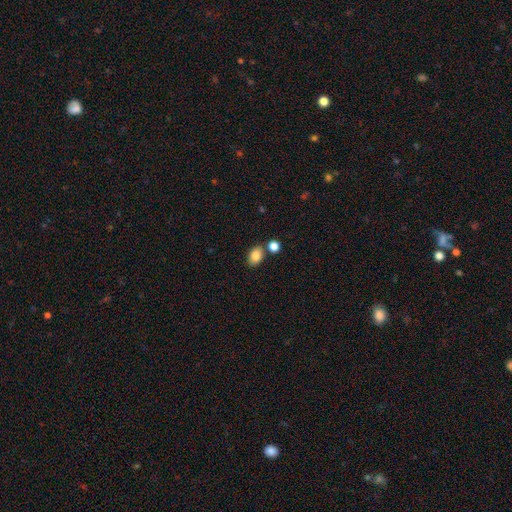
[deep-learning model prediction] A smooth galaxy with no disk features (86%) that is in between round and cigar-shaped (76%).

Vote fractions:
- Smooth or featured? smooth: 86% / star or artifact: 9% / featured or disk: 5%
- How rounded? in between: 76% / round: 23% / cigar-shaped: 1%
- Merging? none: 72% / merger: 13% / minor disturbance: 12% / major disturbance: 3%